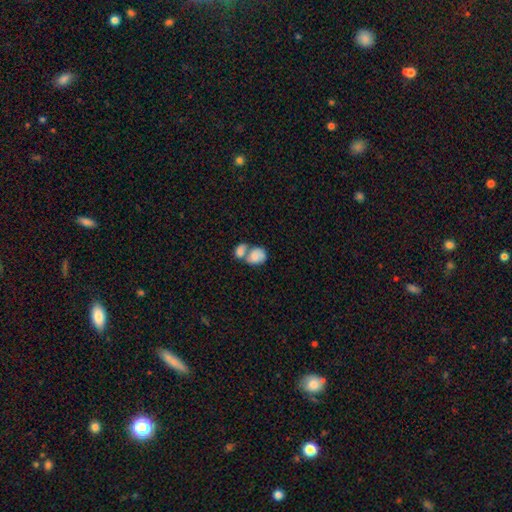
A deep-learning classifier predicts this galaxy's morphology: Smooth or featured? Predicted: smooth (p=0.73). How rounded? Predicted: in between (p=0.58). Merging? Predicted: merger (p=0.71).